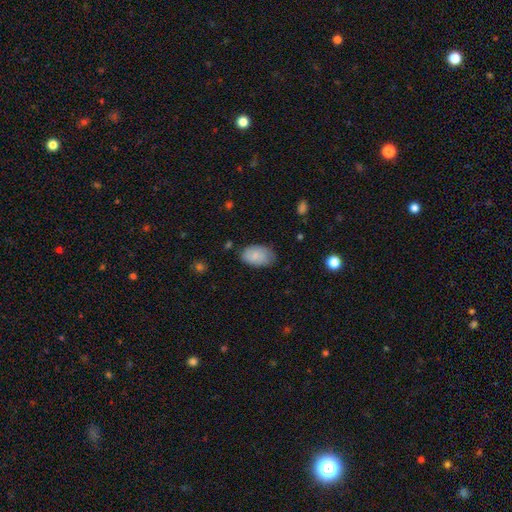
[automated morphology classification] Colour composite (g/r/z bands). It shows a smooth galaxy with no disk features (78%) that is in between round and cigar-shaped (91%). Merging: none (68%).